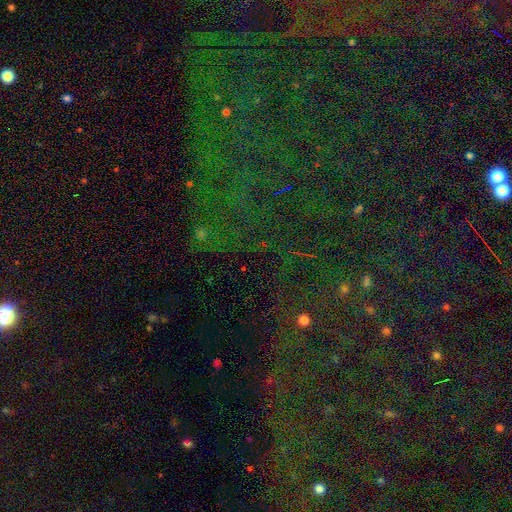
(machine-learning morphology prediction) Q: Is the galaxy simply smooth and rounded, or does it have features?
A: star or artifact — 80%.